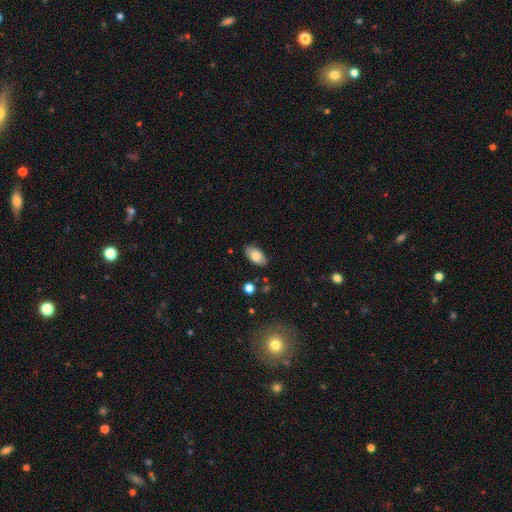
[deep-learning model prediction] This appears to be a smooth galaxy with no disk features (80%) that is in between round and cigar-shaped (94%). Merging: none (85%).